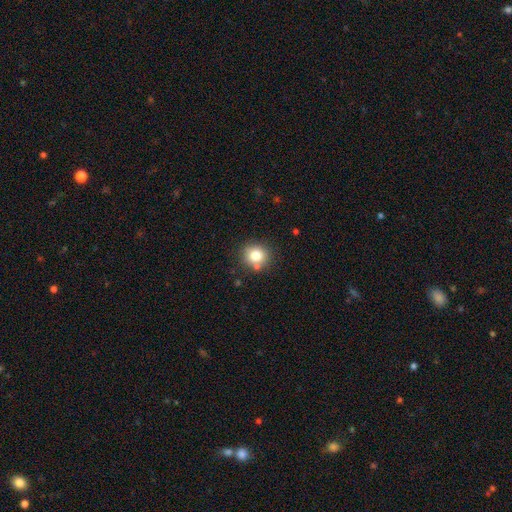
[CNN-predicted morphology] Smooth or featured: smooth — 79% (star or artifact — 12%)
How rounded: round — 87% (in between — 12%)
Merging: none — 78% (minor disturbance — 11%)